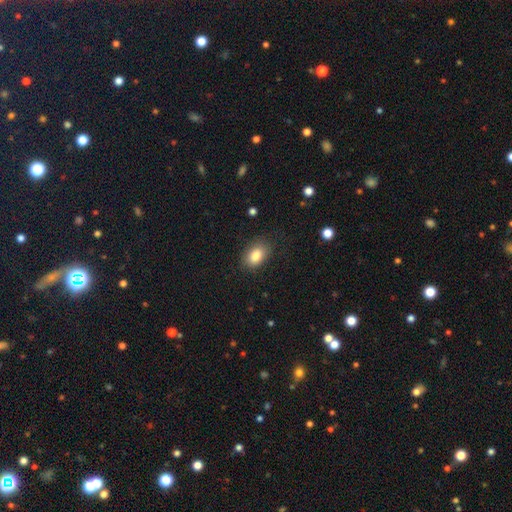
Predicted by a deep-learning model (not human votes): This appears to be a smooth galaxy with no disk features (84%) that is in between round and cigar-shaped (87%). Merging: none (81%).